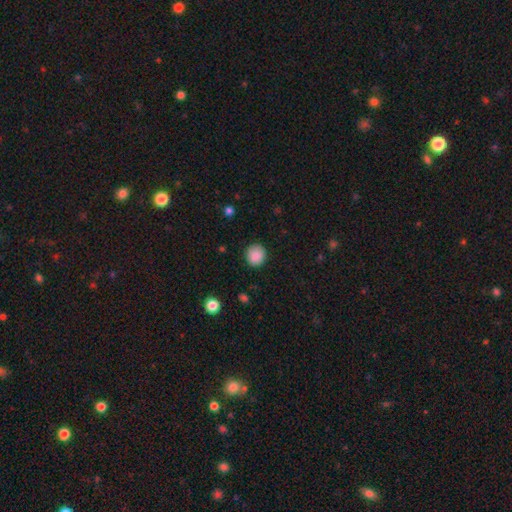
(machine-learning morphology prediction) The model was most divided on "how rounded": round: 86%, in between: 13%, cigar-shaped: 1%. More confident: smooth or featured — smooth (88%); merging — none (87%).